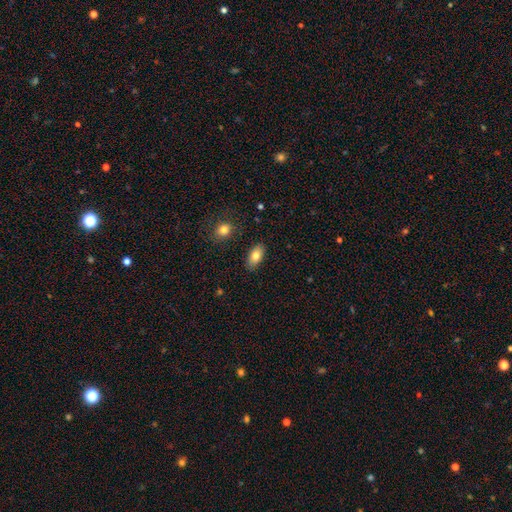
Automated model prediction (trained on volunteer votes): This is clearly a smooth galaxy (81%). How rounded: clearly in between (91%). Merging: clearly none (87%).